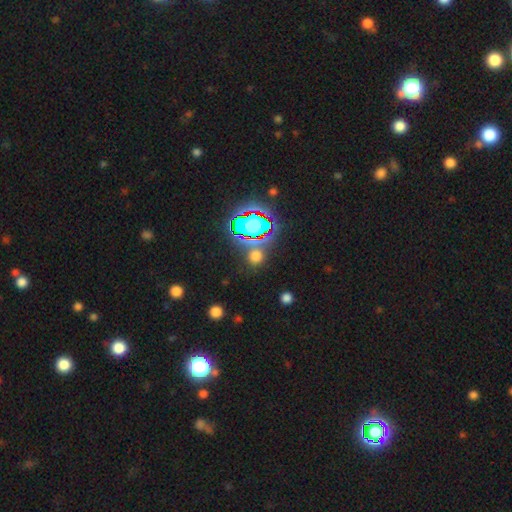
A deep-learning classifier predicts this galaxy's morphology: Smooth or featured?
  - smooth: 50% *
  - star or artifact: 42%
  - featured or disk: 9%
Merging?
  - none: 77% *
  - minor disturbance: 10%
  - merger: 8%
  - major disturbance: 5%